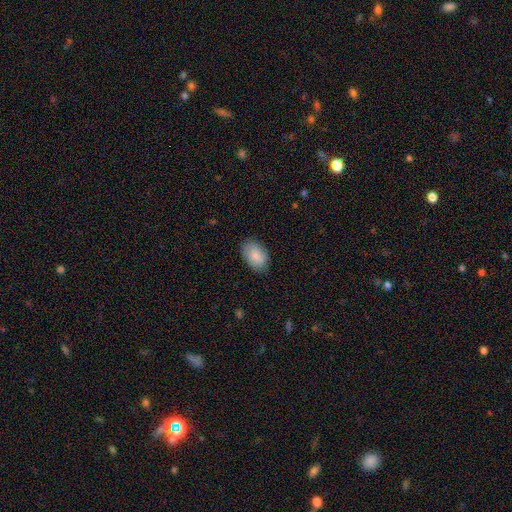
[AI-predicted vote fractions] Smooth or featured? Predicted: smooth (p=0.86). How rounded? Predicted: in between (p=0.92). Merging? Predicted: none (p=0.84).